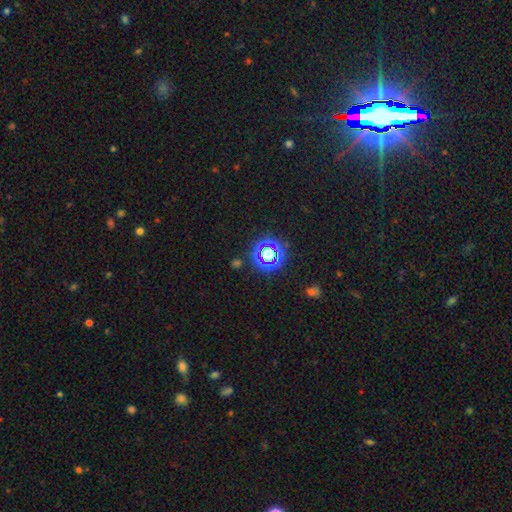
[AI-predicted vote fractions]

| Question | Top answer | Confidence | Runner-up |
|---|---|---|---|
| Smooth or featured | star or artifact | 69% | smooth (21%) |